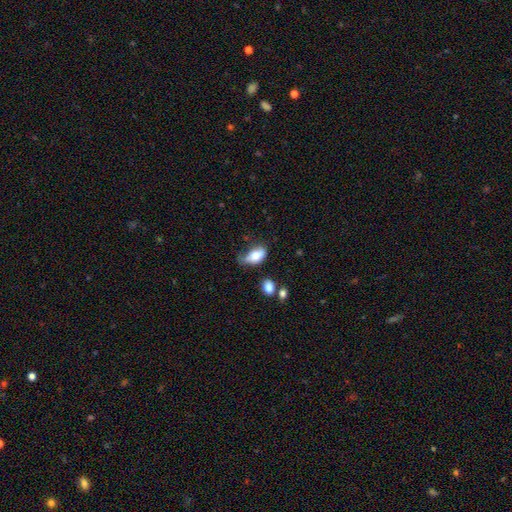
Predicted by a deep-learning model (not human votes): Smooth or featured: smooth — 77% (featured or disk — 15%)
How rounded: in between — 90% (round — 7%)
Merging: minor disturbance — 41% (none — 29%)